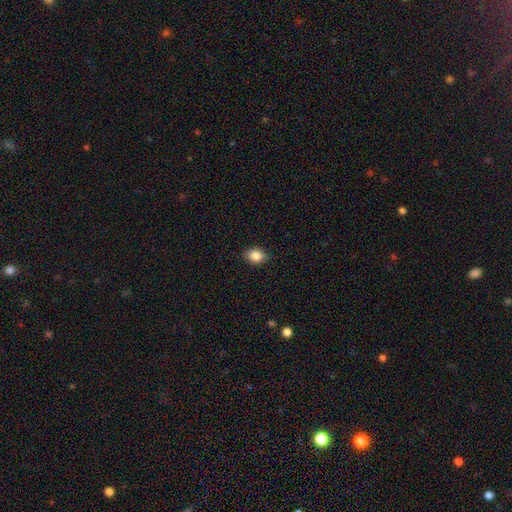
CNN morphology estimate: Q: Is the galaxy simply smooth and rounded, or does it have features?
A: smooth — 85%.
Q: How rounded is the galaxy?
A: in between — 67%.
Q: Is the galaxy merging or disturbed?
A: none — 86%.